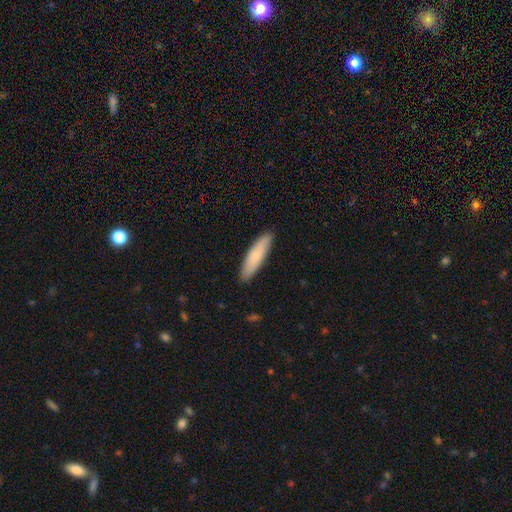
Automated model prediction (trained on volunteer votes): Overall: smooth (80%). How rounded: cigar-shaped (73%). Merging: none (89%).